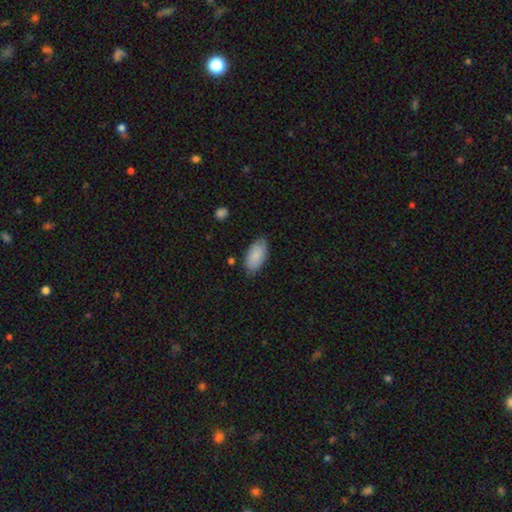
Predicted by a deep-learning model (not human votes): Overall: smooth (85%). How rounded: in between (94%). Merging: none (78%).